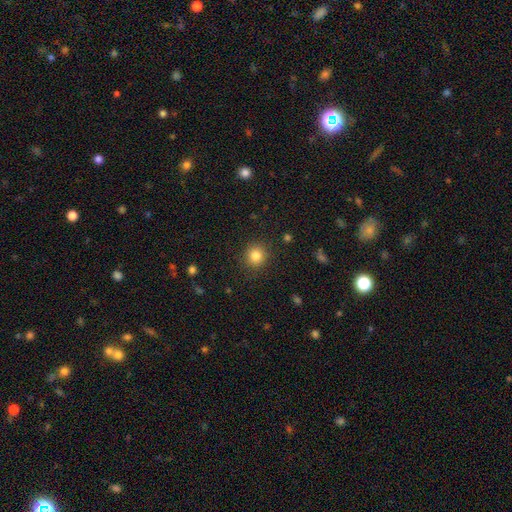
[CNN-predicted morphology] smooth_or_featured: smooth (p=0.83) [alt: star or artifact p=0.11]
how_rounded: round (p=0.91) [alt: in between p=0.08]
merging: none (p=0.90) [alt: minor disturbance p=0.07]